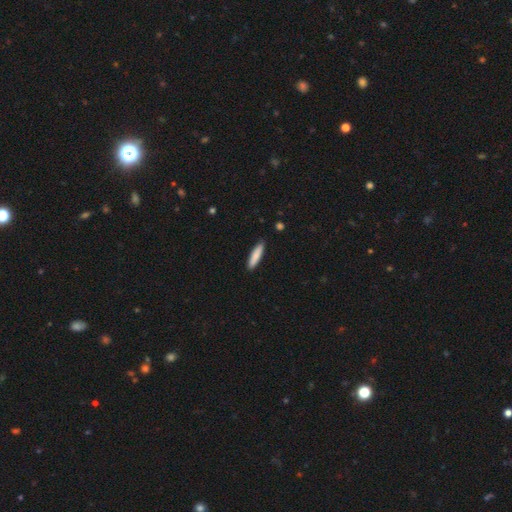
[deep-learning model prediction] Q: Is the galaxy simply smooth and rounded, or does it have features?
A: smooth — 85%.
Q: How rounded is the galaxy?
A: cigar-shaped — 80%.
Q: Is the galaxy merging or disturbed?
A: none — 89%.